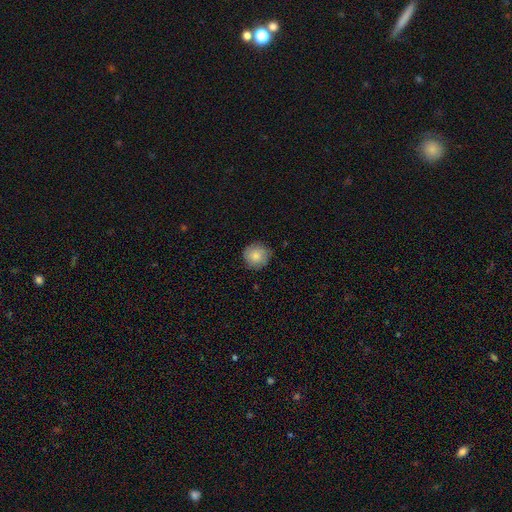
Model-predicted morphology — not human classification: smooth_or_featured: smooth (p=0.79) [alt: featured or disk p=0.14]
how_rounded: round (p=0.92) [alt: in between p=0.07]
merging: none (p=0.81) [alt: minor disturbance p=0.15]